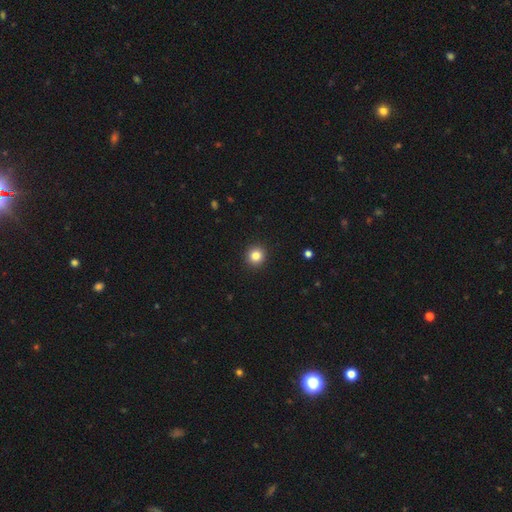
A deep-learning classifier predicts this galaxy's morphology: A smooth galaxy with no disk features (83%) that is round (94%).

Vote fractions:
- Smooth or featured? smooth: 83% / star or artifact: 11% / featured or disk: 6%
- How rounded? round: 94% / in between: 6% / cigar-shaped: 1%
- Merging? none: 93% / minor disturbance: 4% / major disturbance: 2% / merger: 1%